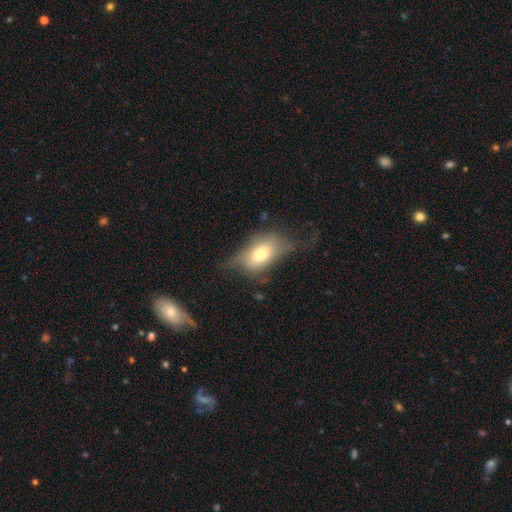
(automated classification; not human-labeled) Smooth or featured? smooth (59%)
How rounded? in between (86%)
Merging? none (37%)